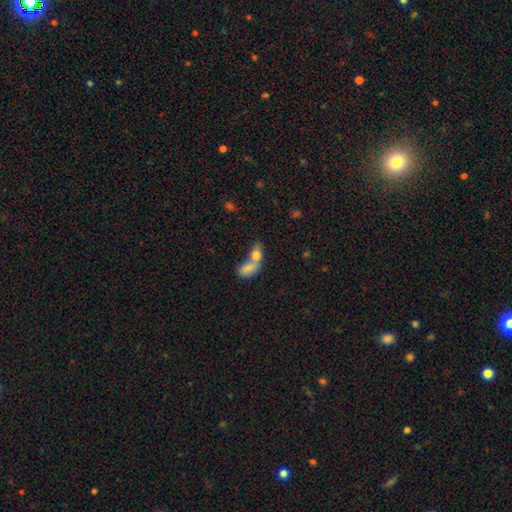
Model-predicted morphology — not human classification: Smooth or featured? smooth (80%)
How rounded? in between (82%)
Merging? merger (73%)